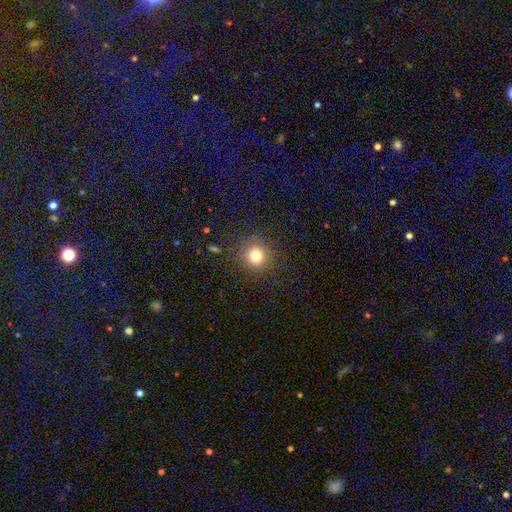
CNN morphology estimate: A smooth galaxy with no disk features (79%) that is round (93%).

Vote fractions:
- Smooth or featured? smooth: 79% / star or artifact: 13% / featured or disk: 8%
- How rounded? round: 93% / in between: 7% / cigar-shaped: 1%
- Merging? none: 87% / minor disturbance: 8% / major disturbance: 4% / merger: 1%